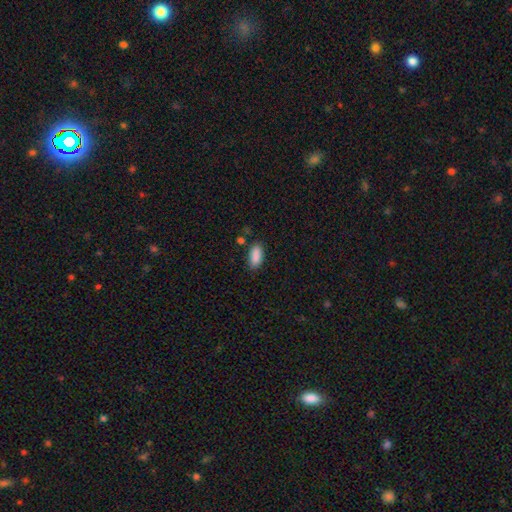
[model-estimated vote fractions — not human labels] Morphology: type=smooth (89%); roundness=in between (89%); merging=none (78%).